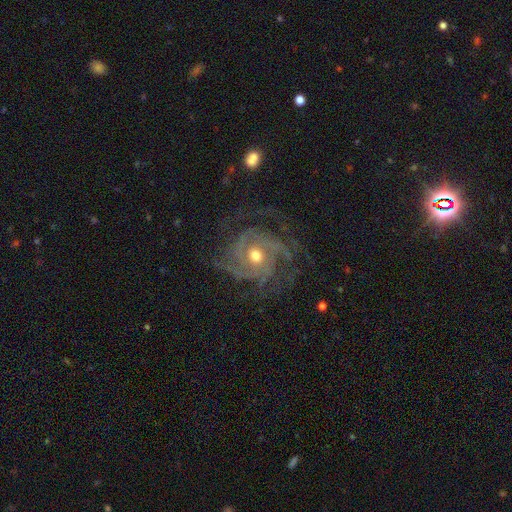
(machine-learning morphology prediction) Smooth or featured? featured or disk (87%)
Edge-on disk? no (97%)
Bar? no (76%)
Spiral arms? yes (95%)
Spiral winding? tight (47%)
Spiral arm count? 3 (29%)
Bulge size? moderate (66%)
Merging? none (63%)